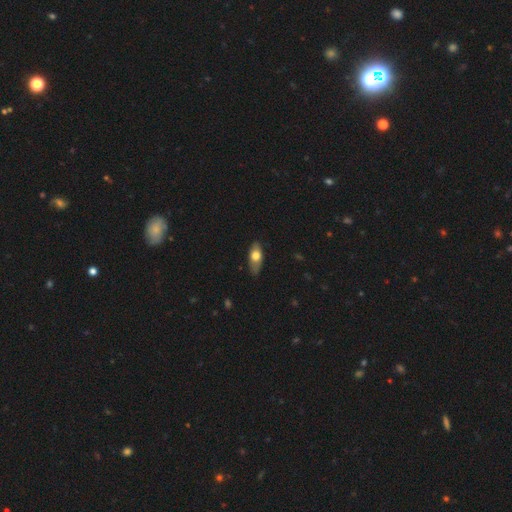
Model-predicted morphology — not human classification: This is likely a smooth galaxy (61%). How rounded: clearly in between (80%). Merging: likely none (76%).